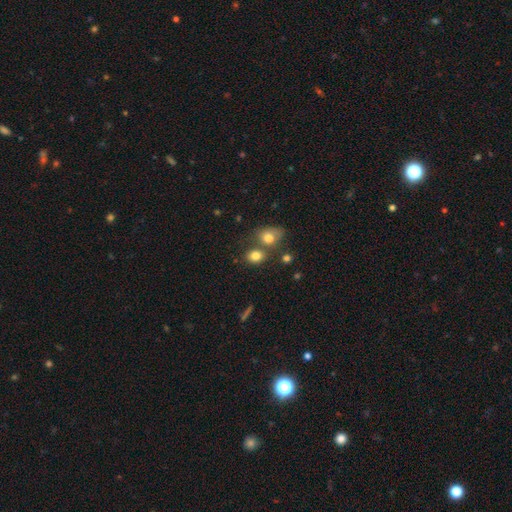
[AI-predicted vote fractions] A smooth galaxy with no disk features (80%) that is in between round and cigar-shaped (53%). Merging: none (54%).